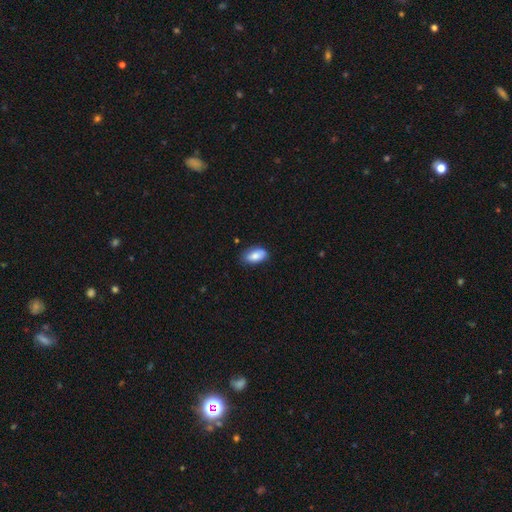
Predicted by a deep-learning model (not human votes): Smooth or featured?
  - smooth: 83% *
  - featured or disk: 10%
  - star or artifact: 7%
How rounded?
  - in between: 93% *
  - round: 4%
  - cigar-shaped: 3%
Merging?
  - none: 74% *
  - minor disturbance: 21%
  - major disturbance: 3%
  - merger: 1%